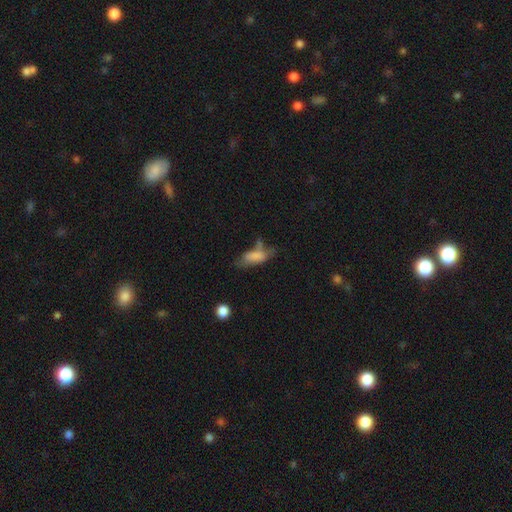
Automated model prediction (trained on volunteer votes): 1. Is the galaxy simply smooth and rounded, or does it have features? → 71% smooth, 19% featured or disk, 10% star or artifact.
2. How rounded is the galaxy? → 75% in between, 22% cigar-shaped, 3% round.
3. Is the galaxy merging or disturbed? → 33% none, 29% minor disturbance, 24% major disturbance, 15% merger.